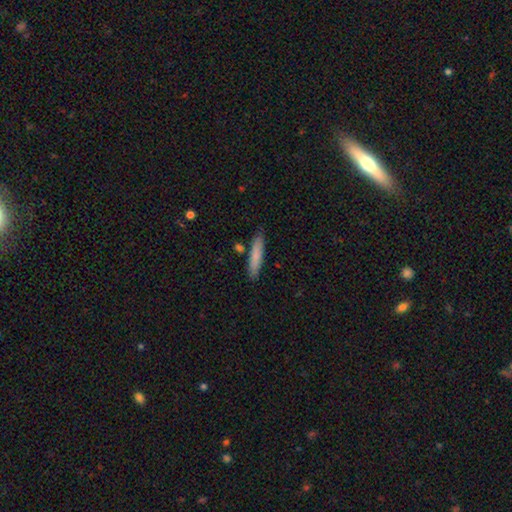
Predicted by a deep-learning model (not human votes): Smooth or featured? Predicted: smooth (p=0.79). How rounded? Predicted: cigar-shaped (p=0.88). Merging? Predicted: none (p=0.84).